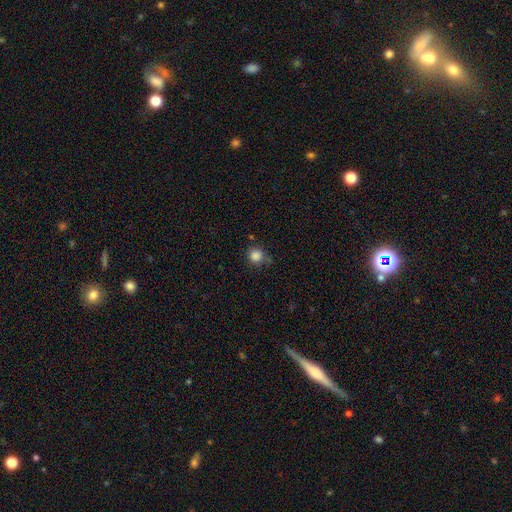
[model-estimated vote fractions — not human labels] smooth-or-featured: smooth: 85% | star or artifact: 11% | featured or disk: 4%
  how-rounded: round: 92% | in between: 7% | cigar-shaped: 1%
  merging: none: 73% | minor disturbance: 17% | merger: 5% | major disturbance: 5%